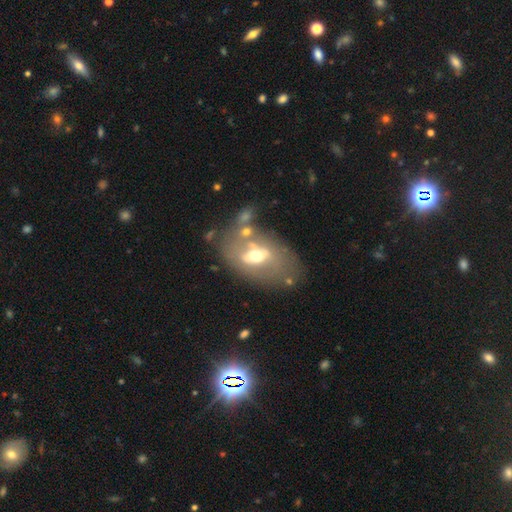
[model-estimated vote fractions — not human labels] The model was most divided on "bar": weak: 36%, strong: 34%, no: 30%. More confident: edge-on disk — no (88%); spiral arms — no (81%); bulge size — moderate (68%); smooth or featured — featured or disk (58%); merging — none (52%).